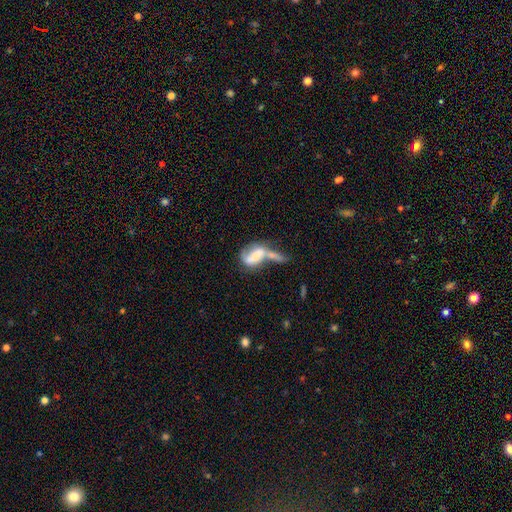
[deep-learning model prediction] Overall: featured or disk (56%; smooth 36%). Edge-on disk: no (94%). Bar: no (48%; weak 33%). Spiral arms: yes (68%; no 32%). Bulge size: small (42%; moderate 38%). Merging: merger (59%).